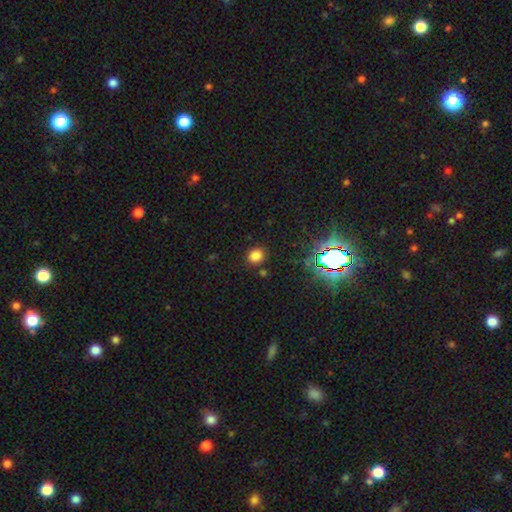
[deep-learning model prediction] Smooth or featured? Predicted: smooth (p=0.77). How rounded? Predicted: round (p=0.69). Merging? Predicted: none (p=0.83).